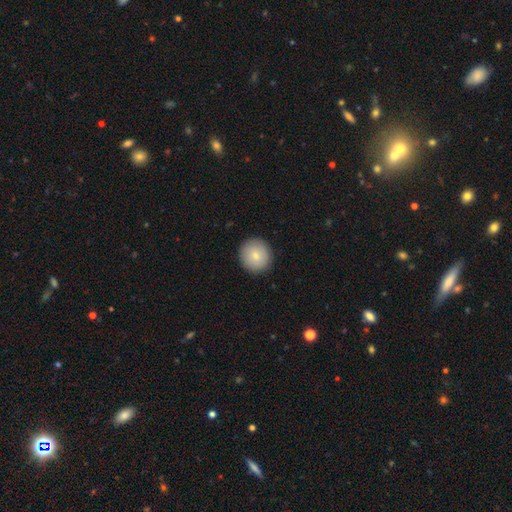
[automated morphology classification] Smooth or featured: smooth — 79% (featured or disk — 14%)
How rounded: round — 94% (in between — 5%)
Merging: none — 91% (minor disturbance — 6%)